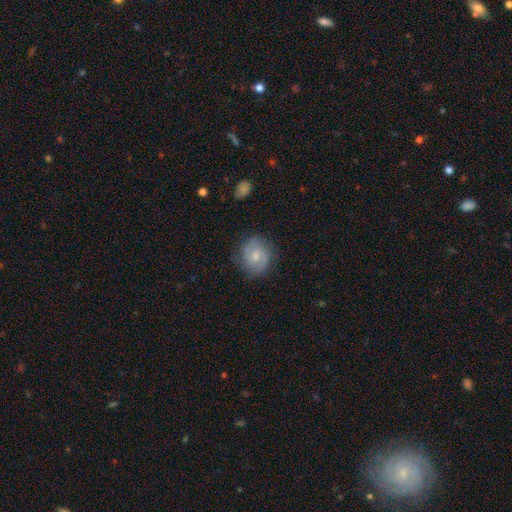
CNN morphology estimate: A smooth galaxy with no disk features (52%) that is round (73%).

Vote fractions:
- Smooth or featured? smooth: 52% / featured or disk: 41% / star or artifact: 7%
- How rounded? round: 73% / in between: 26% / cigar-shaped: 1%
- Merging? none: 75% / minor disturbance: 18% / major disturbance: 6% / merger: 1%